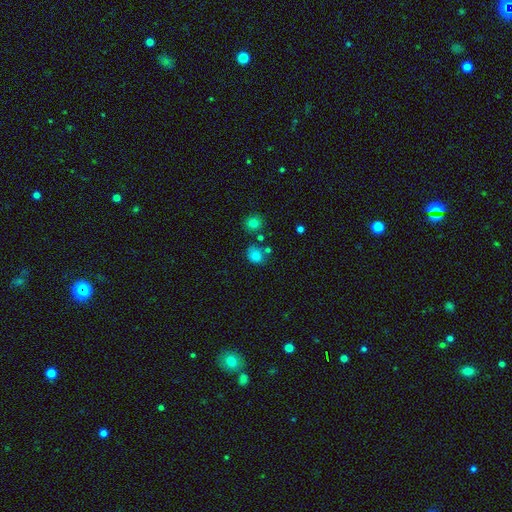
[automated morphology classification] The model was most divided on "how rounded": round: 65%, in between: 34%, cigar-shaped: 1%. More confident: smooth or featured — smooth (80%); merging — none (67%).